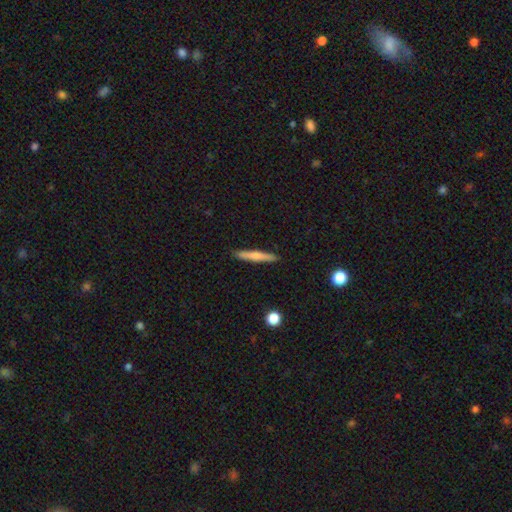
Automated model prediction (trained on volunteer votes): Q: Smooth or featured?
A: smooth (61%); runner-up: featured or disk (33%)
Q: How rounded?
A: cigar-shaped (94%); runner-up: in between (5%)
Q: Merging?
A: none (90%); runner-up: minor disturbance (7%)